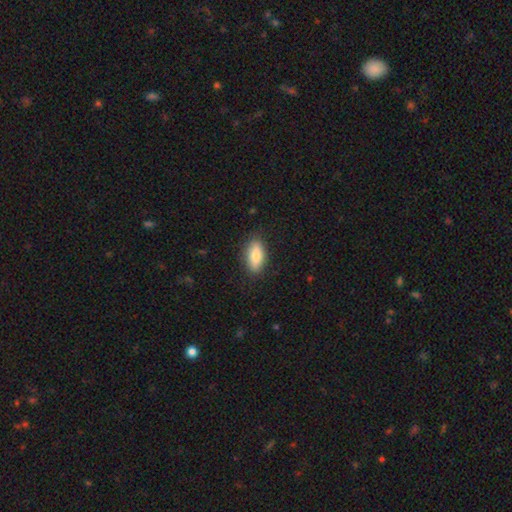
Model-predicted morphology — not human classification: Smooth or featured: smooth — 82% (featured or disk — 12%)
How rounded: in between — 84% (cigar-shaped — 13%)
Merging: none — 85% (minor disturbance — 11%)